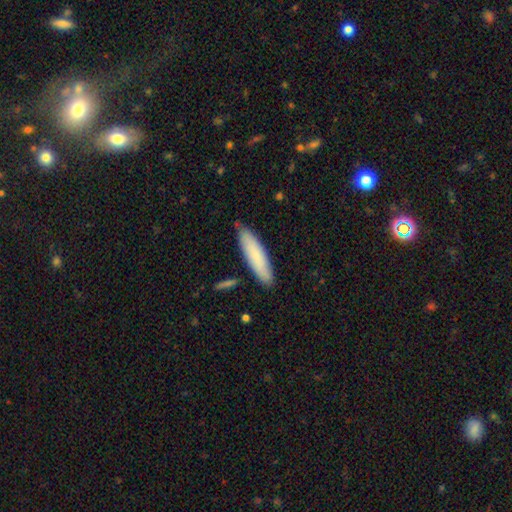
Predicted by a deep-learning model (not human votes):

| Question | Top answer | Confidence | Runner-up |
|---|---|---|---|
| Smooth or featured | smooth | 80% | featured or disk (14%) |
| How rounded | cigar-shaped | 71% | in between (27%) |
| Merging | none | 84% | minor disturbance (12%) |